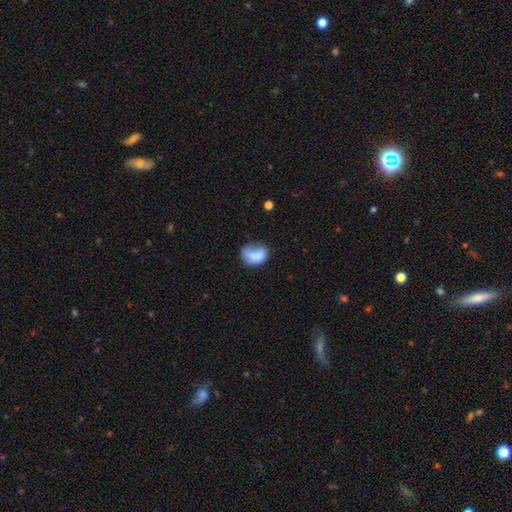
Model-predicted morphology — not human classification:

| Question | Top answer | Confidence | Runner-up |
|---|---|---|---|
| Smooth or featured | smooth | 76% | featured or disk (16%) |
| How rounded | in between | 68% | round (31%) |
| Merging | none | 39% | minor disturbance (30%) |